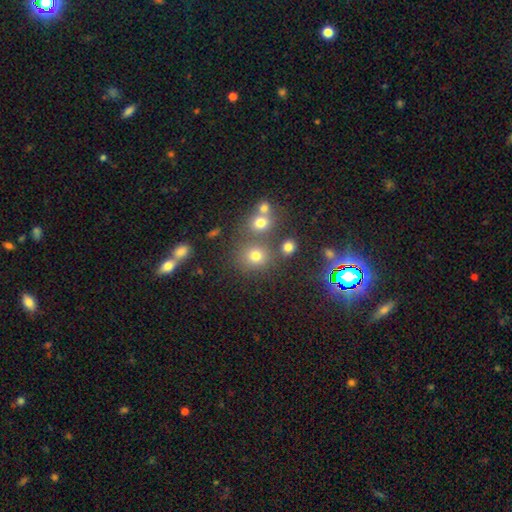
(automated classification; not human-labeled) Morphology: type=smooth (71%); roundness=round (86%); merging=none (66%).